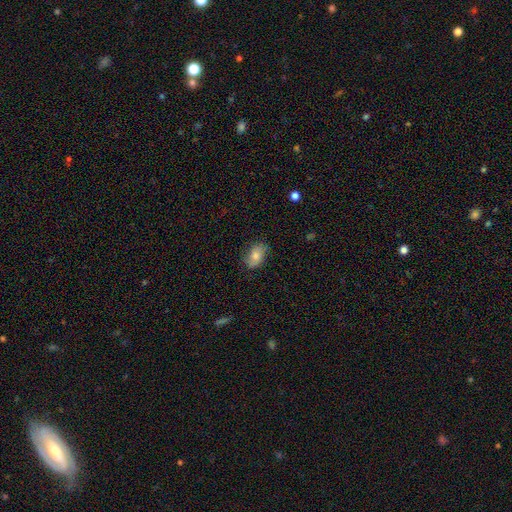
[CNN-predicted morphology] smooth-or-featured: smooth: 64% | featured or disk: 27% | star or artifact: 10%
  how-rounded: in between: 86% | round: 12% | cigar-shaped: 2%
  merging: none: 79% | minor disturbance: 17% | major disturbance: 4% | merger: 1%